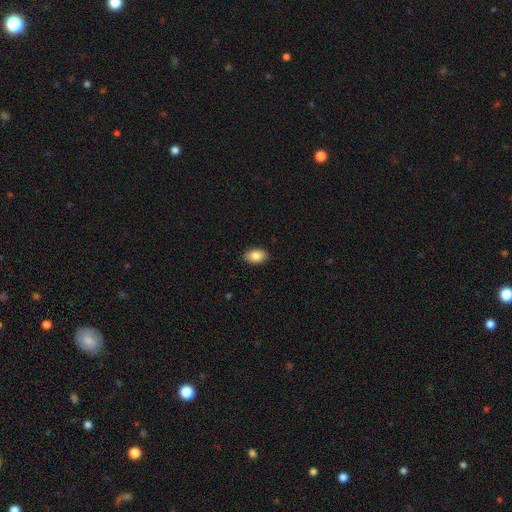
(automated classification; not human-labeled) A smooth galaxy with no disk features (87%) that is in between round and cigar-shaped (90%). Merging: none (89%).